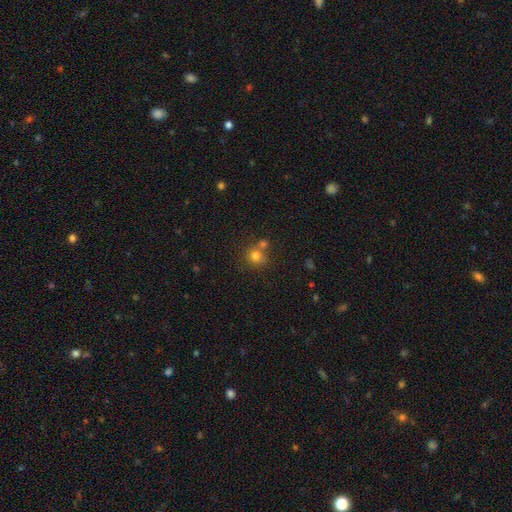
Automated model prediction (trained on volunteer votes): Smooth or featured? Predicted: smooth (p=0.76). How rounded? Predicted: round (p=0.86). Merging? Predicted: none (p=0.54).